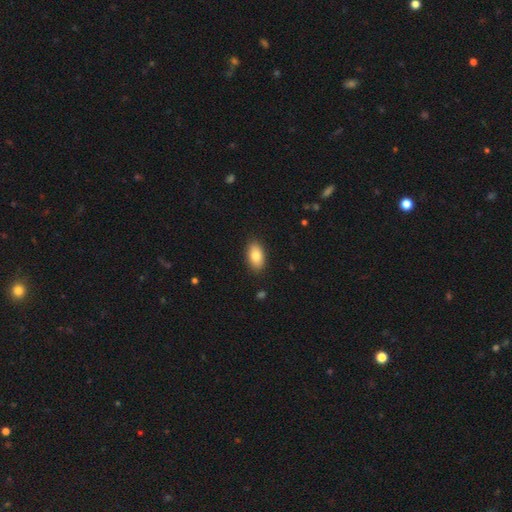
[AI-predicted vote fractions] The model was most divided on "smooth or featured": smooth: 82%, featured or disk: 11%, star or artifact: 7%. More confident: how rounded — in between (93%); merging — none (88%).